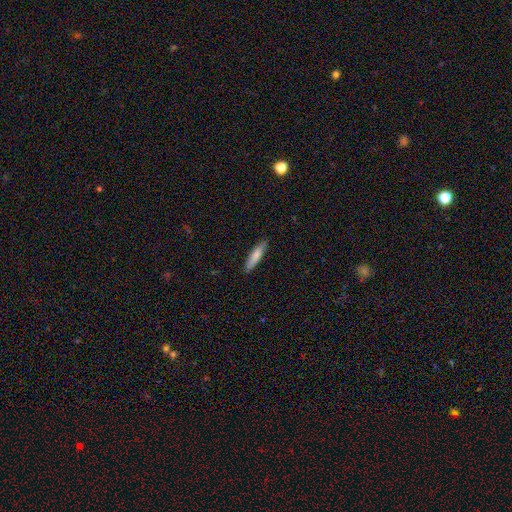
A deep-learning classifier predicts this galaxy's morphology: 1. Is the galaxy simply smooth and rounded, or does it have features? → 79% smooth, 15% featured or disk, 5% star or artifact.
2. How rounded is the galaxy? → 77% cigar-shaped, 22% in between, 1% round.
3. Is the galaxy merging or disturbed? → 86% none, 11% minor disturbance, 2% major disturbance, 1% merger.